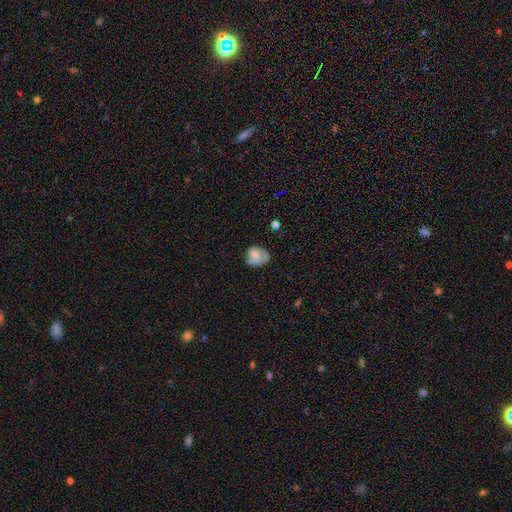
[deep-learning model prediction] This appears to be a smooth galaxy with no disk features (58%) that is round (51%). Merging: none (45%).